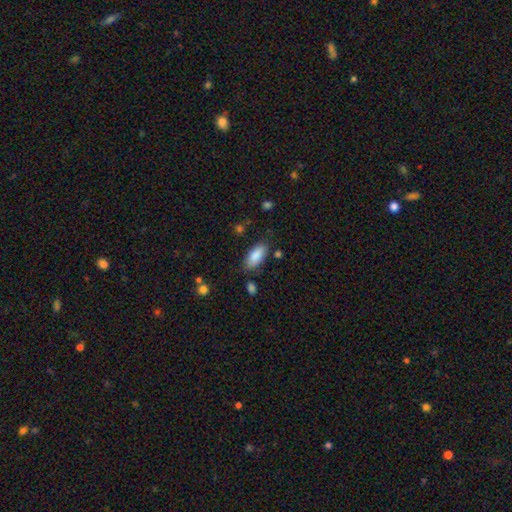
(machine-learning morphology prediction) smooth_or_featured: smooth (p=0.87) [alt: featured or disk p=0.07]
how_rounded: in between (p=0.86) [alt: cigar-shaped p=0.12]
merging: none (p=0.79) [alt: minor disturbance p=0.14]